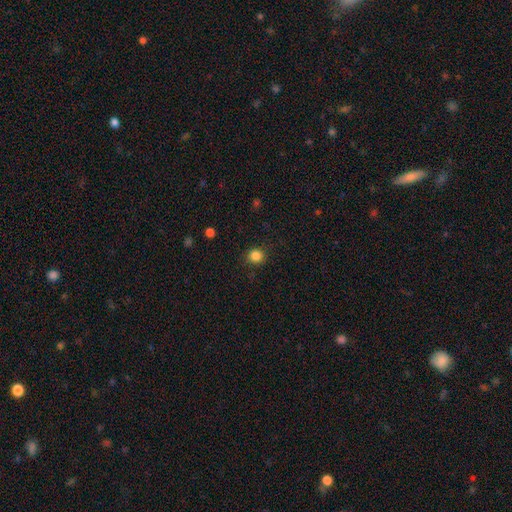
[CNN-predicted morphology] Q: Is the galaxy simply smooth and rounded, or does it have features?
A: smooth — 85%.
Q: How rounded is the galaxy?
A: round — 88%.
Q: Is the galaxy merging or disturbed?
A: none — 88%.